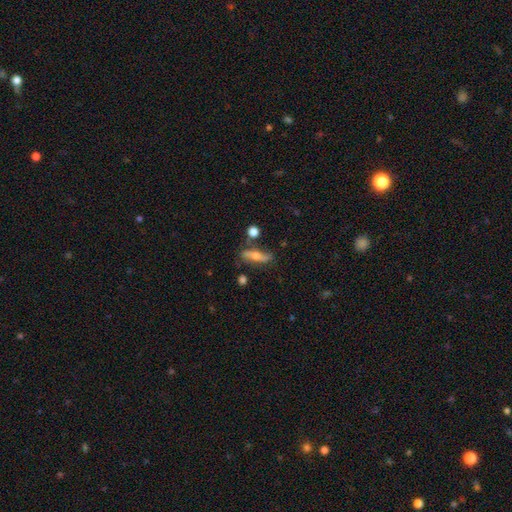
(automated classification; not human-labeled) The model was most divided on "edge-on disk": yes: 56%, no: 44%. More confident: merging — none (71%); smooth or featured — featured or disk (55%).